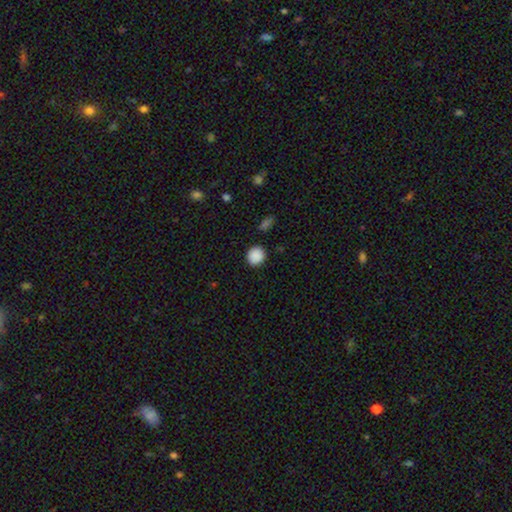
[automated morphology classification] Smooth or featured? Predicted: smooth (p=0.88). How rounded? Predicted: round (p=0.86). Merging? Predicted: none (p=0.89).